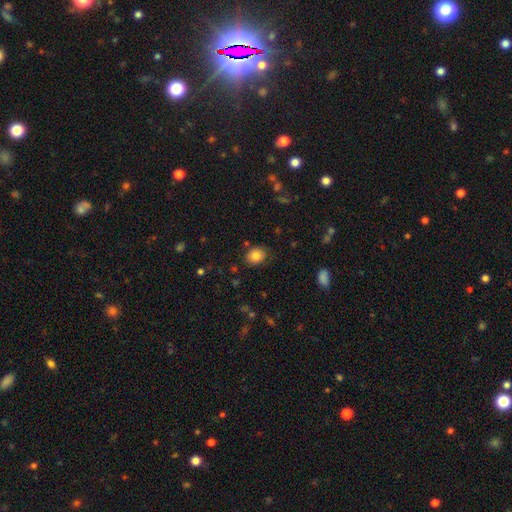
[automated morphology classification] This is clearly a smooth galaxy (82%). How rounded: possibly round (51%). Merging: clearly none (83%).